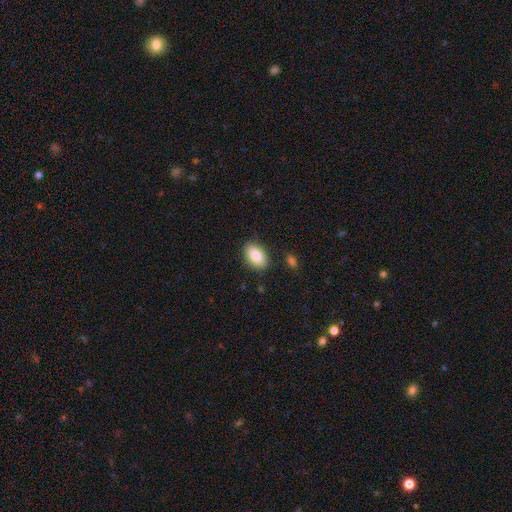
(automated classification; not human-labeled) smooth_or_featured: smooth (p=0.83) [alt: featured or disk p=0.10]
how_rounded: in between (p=0.87) [alt: round p=0.11]
merging: none (p=0.85) [alt: minor disturbance p=0.10]